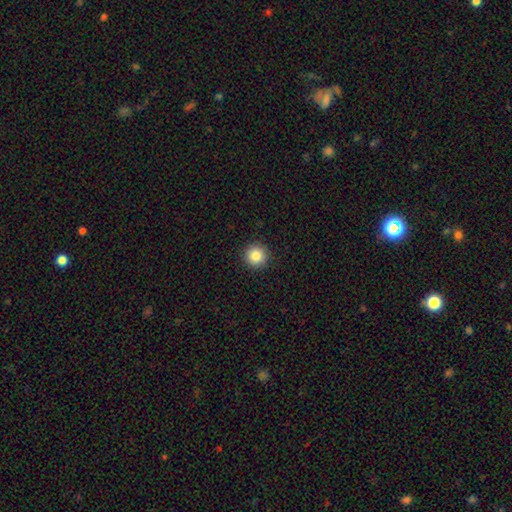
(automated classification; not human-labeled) Q: Smooth or featured?
A: smooth (85%); runner-up: star or artifact (10%)
Q: How rounded?
A: round (96%); runner-up: in between (4%)
Q: Merging?
A: none (93%); runner-up: minor disturbance (5%)